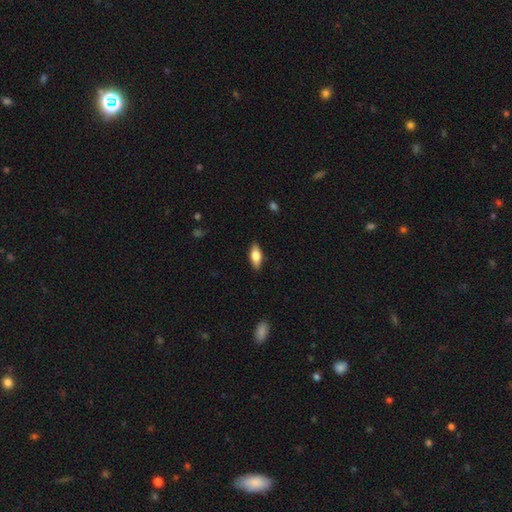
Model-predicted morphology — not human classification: This is likely a smooth galaxy (66%). How rounded: likely in between (75%). Merging: clearly none (88%).